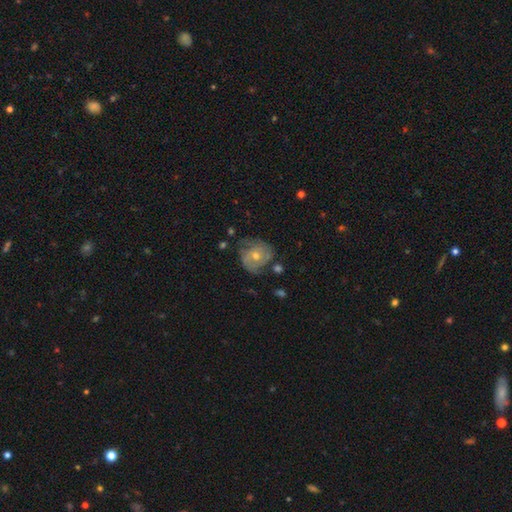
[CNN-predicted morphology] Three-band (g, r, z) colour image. It shows a featured or disk galaxy (73%) with no bar (76%), 2 (45%) tight (57%) spiral arms (86%) and a moderate central bulge (58%). Merging: none (66%).